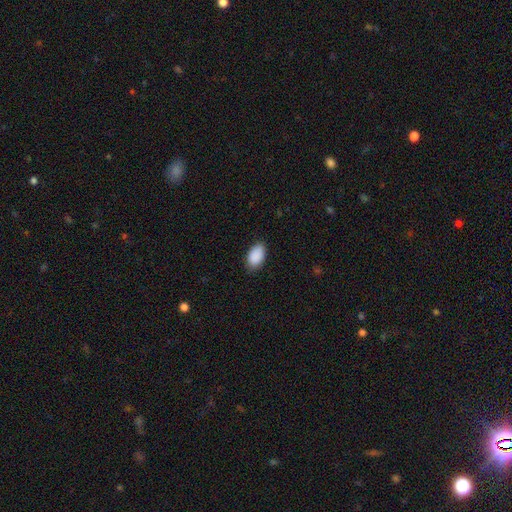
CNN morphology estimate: smooth-or-featured: smooth: 91% | star or artifact: 7% | featured or disk: 3%
  how-rounded: in between: 94% | round: 5% | cigar-shaped: 1%
  merging: none: 83% | minor disturbance: 13% | major disturbance: 2% | merger: 1%